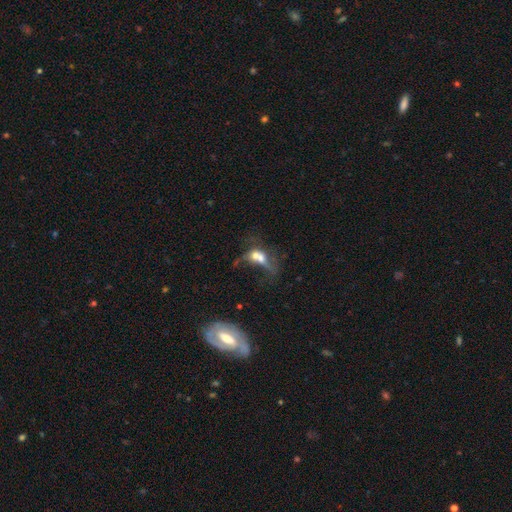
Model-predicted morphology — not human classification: Overall: smooth (50%; featured or disk 37%). How rounded: in between (56%; round 39%). Merging: merger (66%).